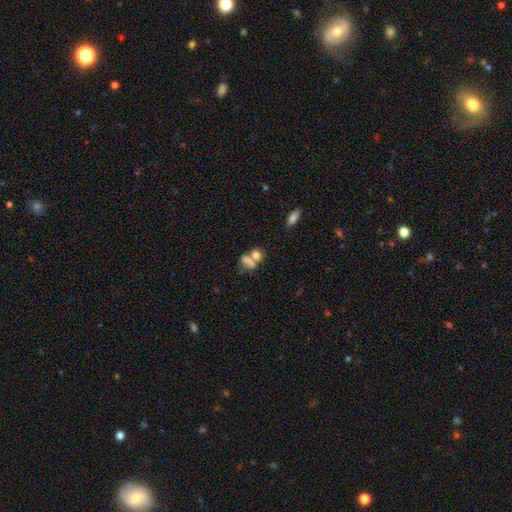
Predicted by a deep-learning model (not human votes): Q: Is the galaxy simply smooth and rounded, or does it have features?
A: smooth — 72%.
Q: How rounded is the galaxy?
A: in between — 53%.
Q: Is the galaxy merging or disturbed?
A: merger — 49%.